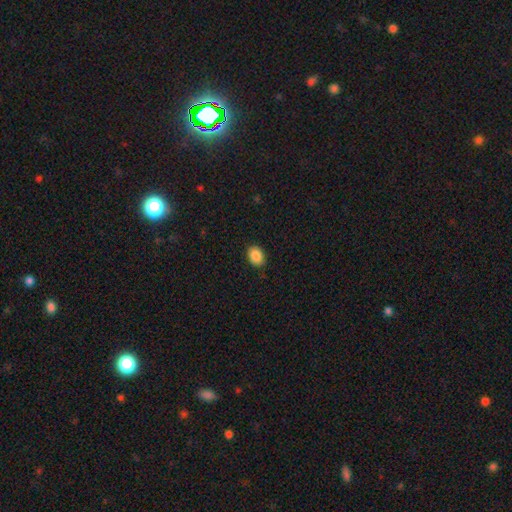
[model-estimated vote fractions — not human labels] A smooth galaxy with no disk features (88%) that is in between round and cigar-shaped (69%).

Vote fractions:
- Smooth or featured? smooth: 88% / star or artifact: 8% / featured or disk: 4%
- How rounded? in between: 69% / round: 30% / cigar-shaped: 1%
- Merging? none: 89% / minor disturbance: 8% / major disturbance: 2% / merger: 1%